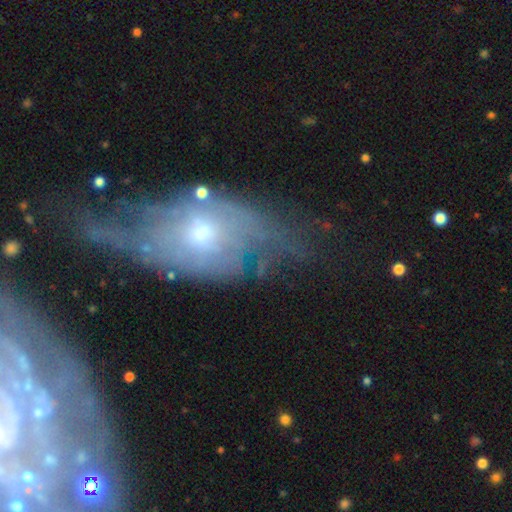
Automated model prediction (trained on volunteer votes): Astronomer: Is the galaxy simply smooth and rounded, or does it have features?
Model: featured or disk — 67%.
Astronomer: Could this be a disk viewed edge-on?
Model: no — 83%.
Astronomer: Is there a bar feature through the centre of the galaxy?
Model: no — 78%.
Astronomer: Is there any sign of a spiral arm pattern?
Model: yes — 63%.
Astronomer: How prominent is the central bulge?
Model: moderate — 52% (runner-up: small, 39%).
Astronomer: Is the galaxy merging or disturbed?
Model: none — 46% (runner-up: minor disturbance, 24%).